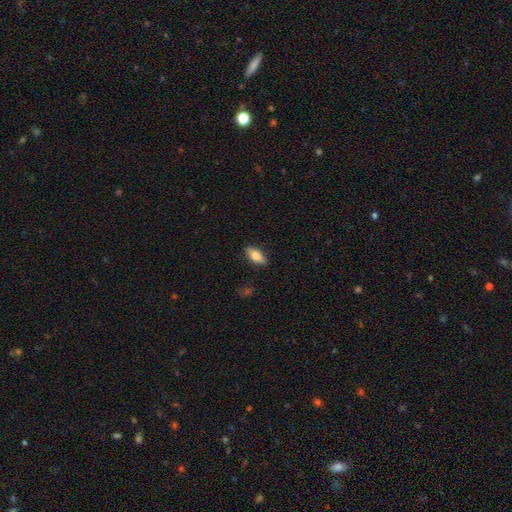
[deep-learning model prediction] Q: Smooth or featured?
A: smooth (73%); runner-up: featured or disk (20%)
Q: How rounded?
A: in between (82%); runner-up: cigar-shaped (15%)
Q: Merging?
A: none (88%); runner-up: minor disturbance (9%)